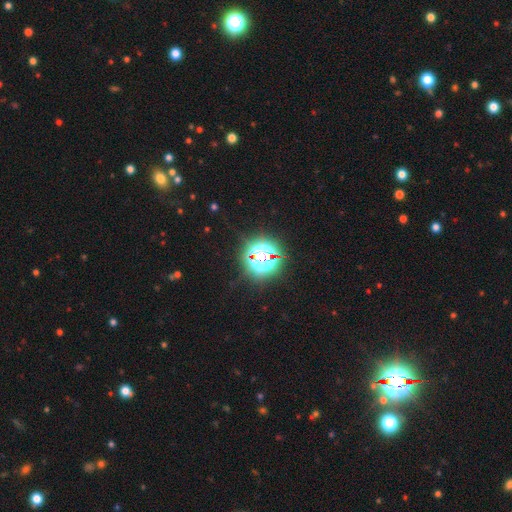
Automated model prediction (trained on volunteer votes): The model was most divided on "smooth or featured": star or artifact: 83%, smooth: 11%, featured or disk: 6%.